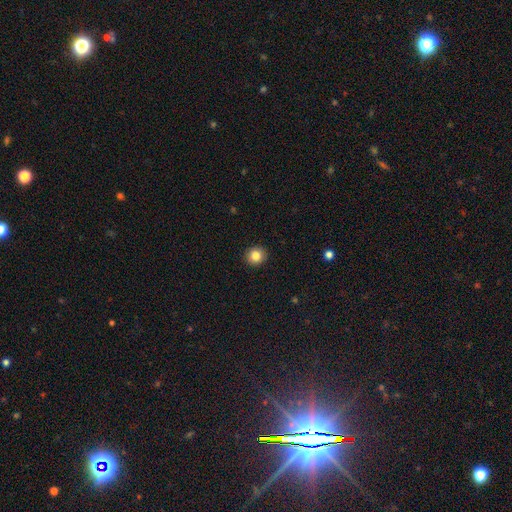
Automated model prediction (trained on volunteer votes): Smooth or featured?
  - smooth: 84% *
  - star or artifact: 10%
  - featured or disk: 6%
How rounded?
  - round: 89% *
  - in between: 11%
  - cigar-shaped: 1%
Merging?
  - none: 92% *
  - minor disturbance: 5%
  - major disturbance: 2%
  - merger: 1%